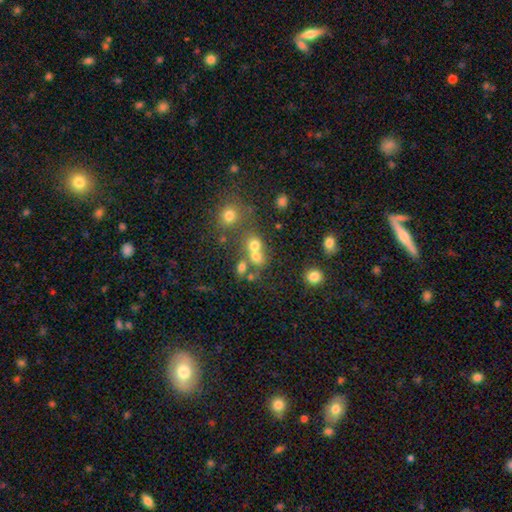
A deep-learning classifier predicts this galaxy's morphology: smooth-or-featured: smooth: 64% | star or artifact: 20% | featured or disk: 16%
  how-rounded: round: 66% | in between: 33% | cigar-shaped: 2%
  merging: merger: 49% | none: 36% | minor disturbance: 9% | major disturbance: 6%